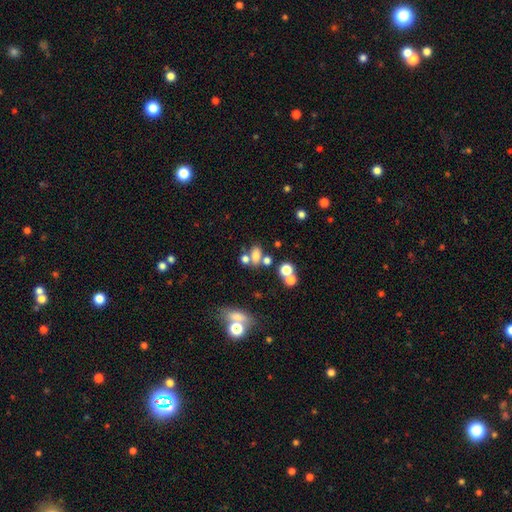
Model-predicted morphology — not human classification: smooth 68%, star or artifact 18%, featured or disk 14%. Down the decision tree: how rounded — in between (76%); merging — none (44%).